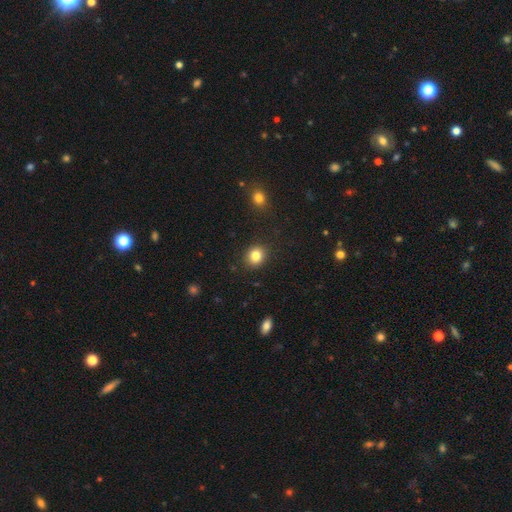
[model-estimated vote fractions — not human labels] smooth 84%, star or artifact 10%, featured or disk 6%. Down the decision tree: how rounded — round (72%); merging — none (89%).